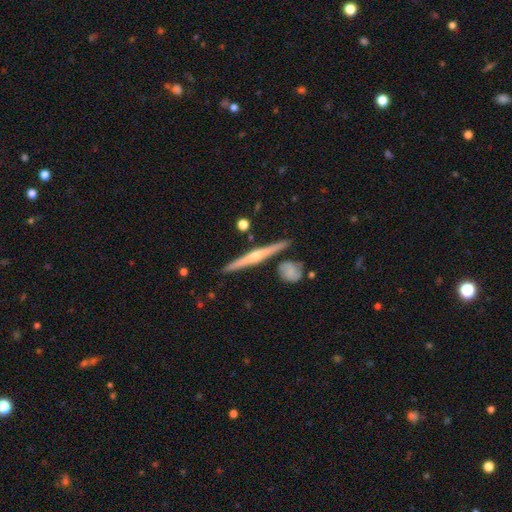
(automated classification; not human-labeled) The model was most divided on "smooth or featured": featured or disk: 71%, smooth: 23%, star or artifact: 6%. More confident: edge-on disk — yes (98%); merging — none (86%); edge-on bulge — rounded (78%).